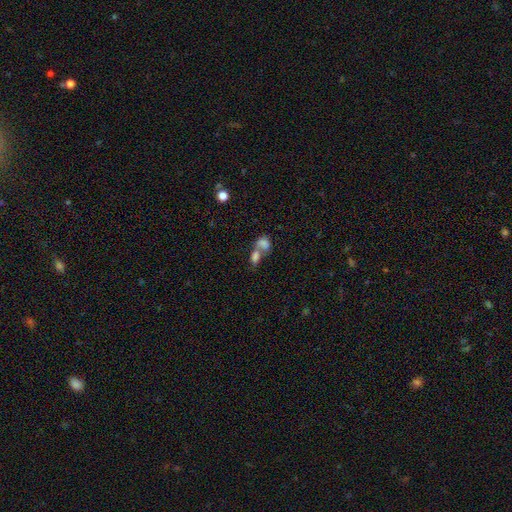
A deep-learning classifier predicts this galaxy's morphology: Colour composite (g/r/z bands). It shows a smooth galaxy with no disk features (75%) that is in between round and cigar-shaped (80%). Merging: merger (71%).